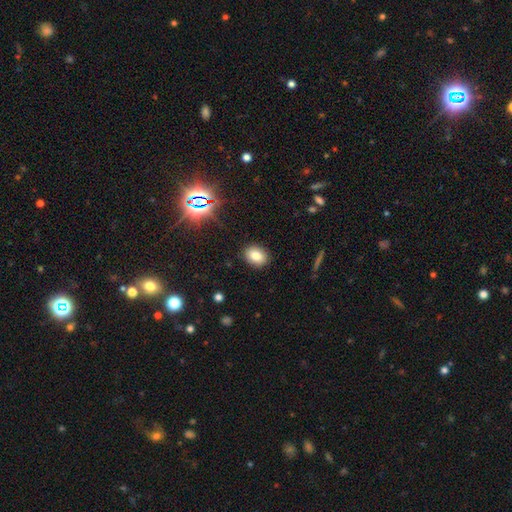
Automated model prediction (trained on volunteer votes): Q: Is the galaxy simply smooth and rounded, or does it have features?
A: smooth — 80%.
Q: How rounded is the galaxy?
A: in between — 62%.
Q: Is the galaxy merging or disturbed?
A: none — 89%.